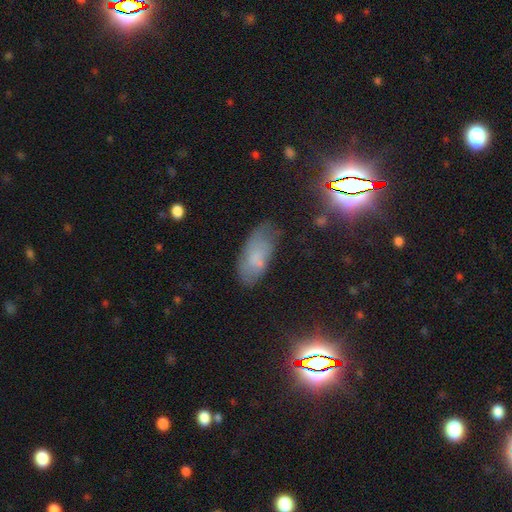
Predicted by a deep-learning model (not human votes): Smooth or featured? smooth (55%)
How rounded? in between (88%)
Merging? none (65%)